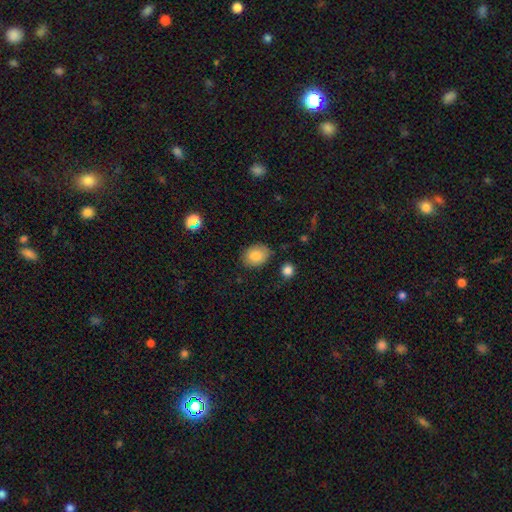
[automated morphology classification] smooth-or-featured: smooth: 84% | star or artifact: 8% | featured or disk: 8%
  how-rounded: in between: 63% | round: 36% | cigar-shaped: 1%
  merging: none: 80% | minor disturbance: 15% | major disturbance: 3% | merger: 2%